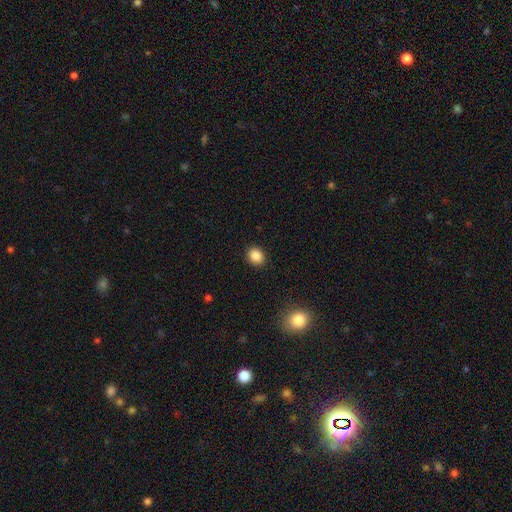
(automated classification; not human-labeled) A smooth galaxy with no disk features (87%) that is round (66%).

Vote fractions:
- Smooth or featured? smooth: 87% / star or artifact: 9% / featured or disk: 3%
- How rounded? round: 66% / in between: 34% / cigar-shaped: 1%
- Merging? none: 91% / minor disturbance: 6% / major disturbance: 2% / merger: 1%